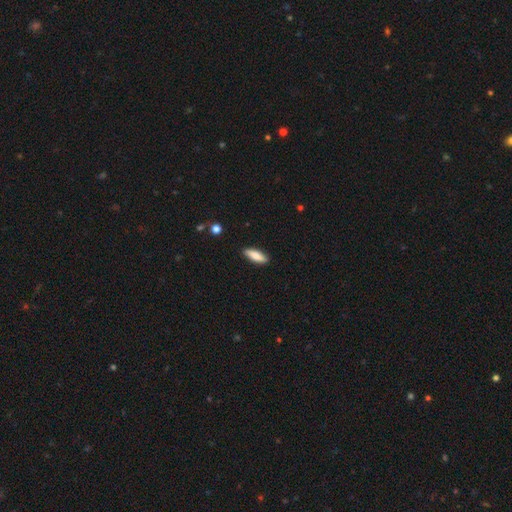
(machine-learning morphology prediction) This is clearly a smooth galaxy (81%). How rounded: possibly in between (53%). Merging: clearly none (88%).